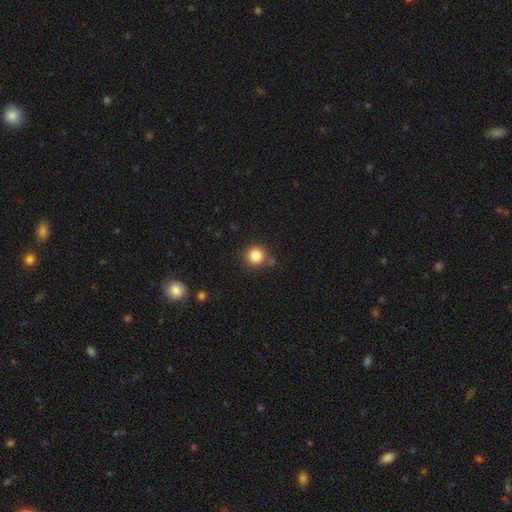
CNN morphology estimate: smooth 85%, star or artifact 11%, featured or disk 5%. Down the decision tree: how rounded — round (94%); merging — none (81%).